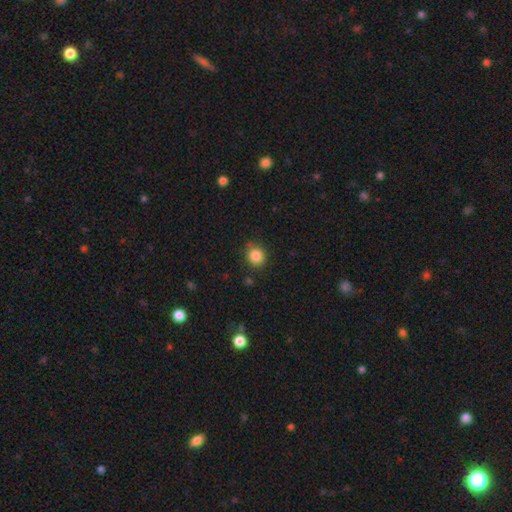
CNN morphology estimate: This appears to be a smooth galaxy with no disk features (85%) that is round (82%). Merging: none (82%).